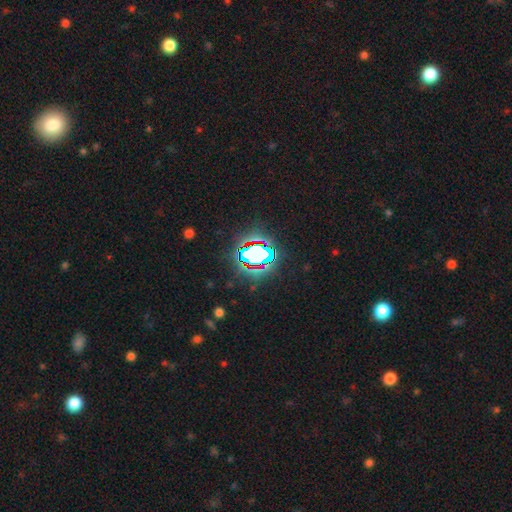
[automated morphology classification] Smooth or featured? star or artifact (67%)